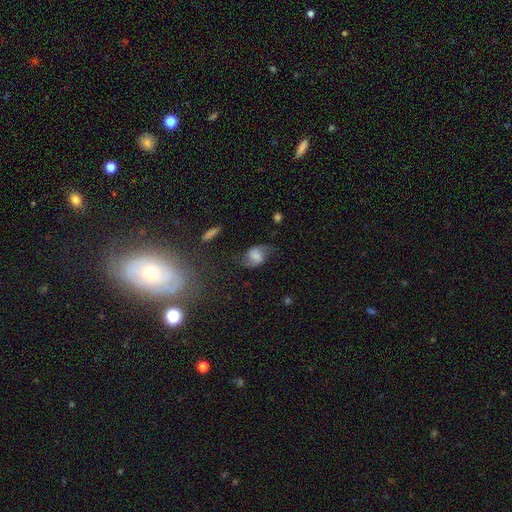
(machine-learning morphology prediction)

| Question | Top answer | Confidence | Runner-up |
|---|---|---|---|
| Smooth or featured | featured or disk | 61% | smooth (29%) |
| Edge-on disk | no | 97% | yes (3%) |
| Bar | weak | 46% | no (36%) |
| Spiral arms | yes | 92% | no (8%) |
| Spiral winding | loose | 57% | medium (34%) |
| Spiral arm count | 2 | 90% | can't tell (4%) |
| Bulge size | none | 32% | moderate (25%) |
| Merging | none | 68% | minor disturbance (21%) |